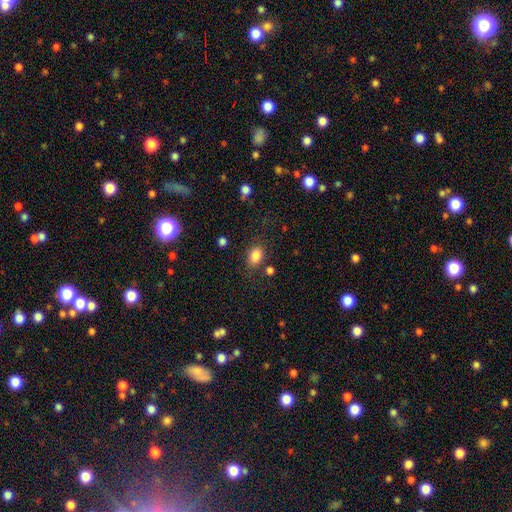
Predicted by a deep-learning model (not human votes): Smooth or featured? Predicted: smooth (p=0.84). How rounded? Predicted: in between (p=0.71). Merging? Predicted: none (p=0.73).